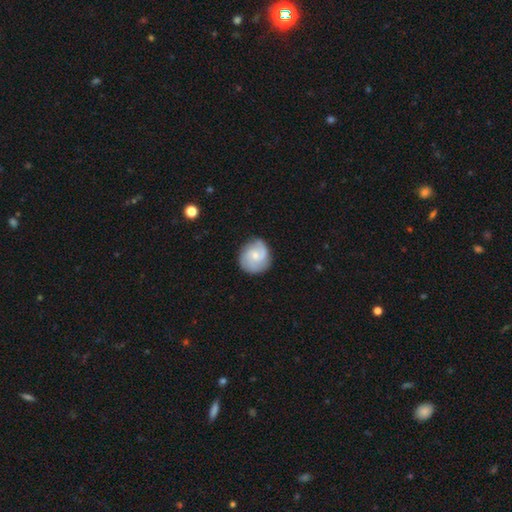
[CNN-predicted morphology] A featured or disk galaxy (61%) with no bar (64%), 2 (53%) medium (44%) spiral arms (91%) and a small central bulge (57%).

Vote fractions:
- Smooth or featured? featured or disk: 61% / smooth: 33% / star or artifact: 6%
- Edge-on disk? no: 98% / yes: 2%
- Bar? no: 64% / weak: 33% / strong: 4%
- Spiral arms? yes: 91% / no: 9%
- Spiral winding? medium: 44% / tight: 39% / loose: 18%
- Spiral arm count? 2: 53% / 3: 18% / can't tell: 18% / 1: 5% / 4: 3% / more than 4: 3%
- Bulge size? small: 57% / moderate: 37% / none: 4% / large: 2% / dominant: 1%
- Merging? none: 78% / minor disturbance: 16% / major disturbance: 4% / merger: 1%